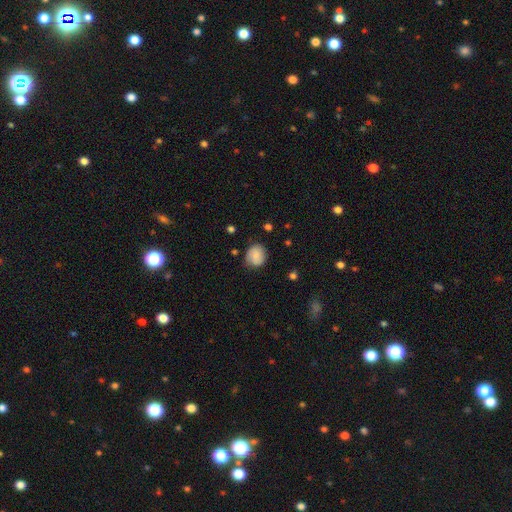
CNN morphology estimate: Smooth or featured: smooth — 78% (featured or disk — 14%)
How rounded: round — 74% (in between — 25%)
Merging: none — 75% (minor disturbance — 19%)